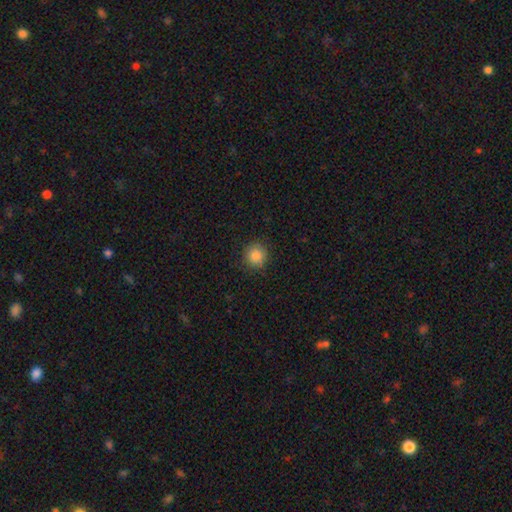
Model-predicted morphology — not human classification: Overall: smooth (85%). How rounded: round (91%). Merging: none (88%).